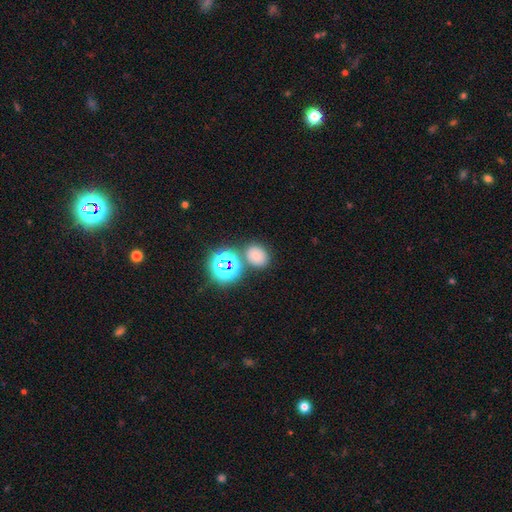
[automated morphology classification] A smooth galaxy with no disk features (66%) that is in between round and cigar-shaped (51%).

Vote fractions:
- Smooth or featured? smooth: 66% / star or artifact: 25% / featured or disk: 8%
- How rounded? in between: 51% / round: 48% / cigar-shaped: 1%
- Merging? none: 72% / merger: 12% / minor disturbance: 11% / major disturbance: 4%